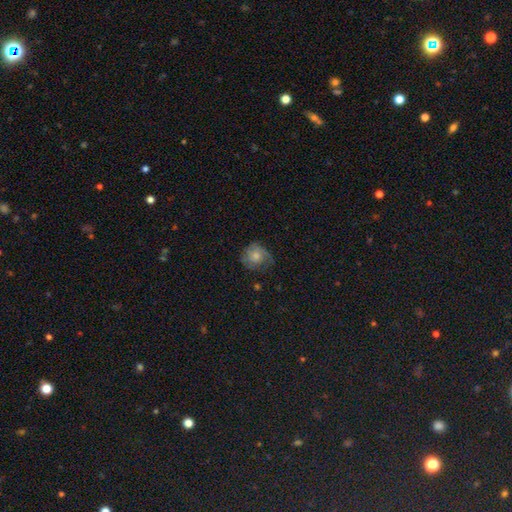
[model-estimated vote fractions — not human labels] This appears to be a smooth galaxy with no disk features (60%) that is round (81%). Merging: none (57%).